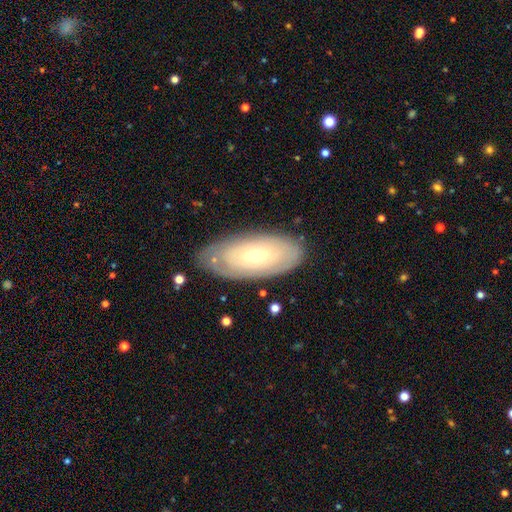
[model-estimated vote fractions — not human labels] featured or disk 50%, smooth 43%, star or artifact 7%. Down the decision tree: merging — none (77%).